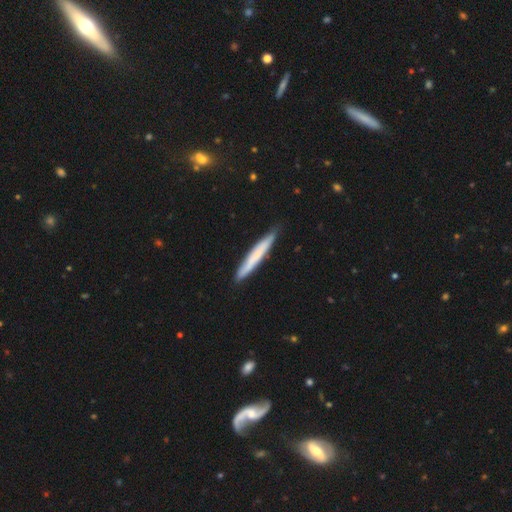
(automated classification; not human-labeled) Morphology: type=smooth (59%); roundness=cigar-shaped (96%); merging=none (84%).